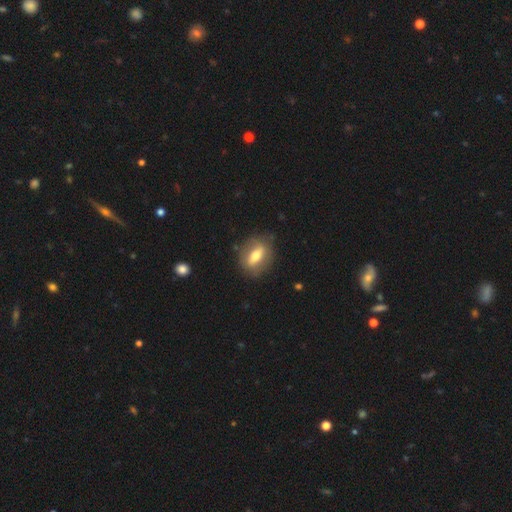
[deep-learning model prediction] Overall: smooth (51%; featured or disk 42%). How rounded: in between (66%). Merging: none (79%).